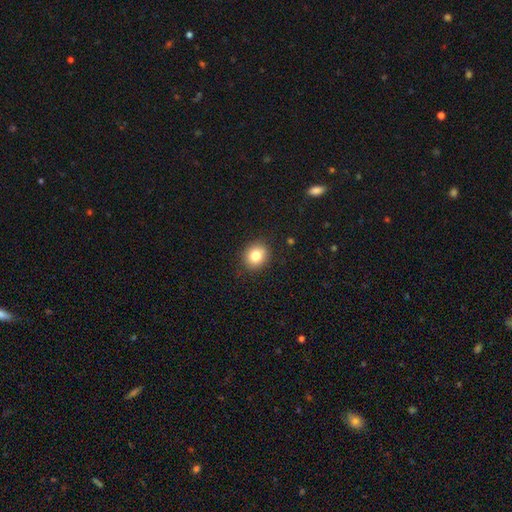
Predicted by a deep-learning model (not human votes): smooth_or_featured: smooth (p=0.81) [alt: star or artifact p=0.10]
how_rounded: round (p=0.70) [alt: in between p=0.29]
merging: none (p=0.88) [alt: minor disturbance p=0.08]